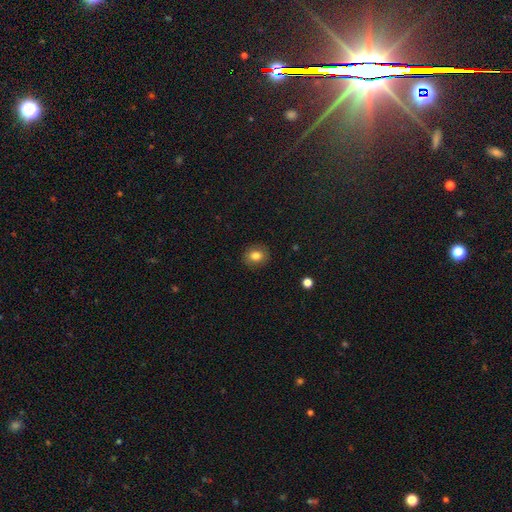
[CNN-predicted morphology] This appears to be a smooth galaxy with no disk features (81%) that is round (68%). Merging: none (88%).